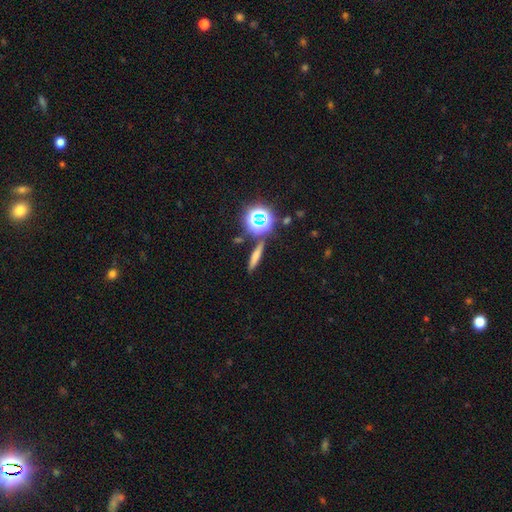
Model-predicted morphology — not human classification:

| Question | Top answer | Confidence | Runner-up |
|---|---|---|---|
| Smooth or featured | smooth | 60% | star or artifact (22%) |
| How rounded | cigar-shaped | 78% | in between (11%) |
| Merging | none | 83% | minor disturbance (8%) |